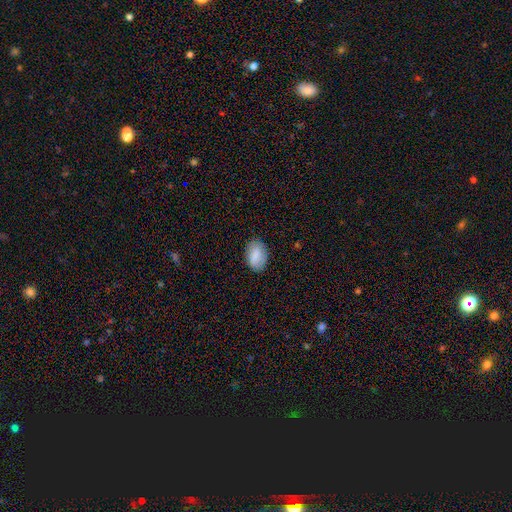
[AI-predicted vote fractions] Morphology: type=smooth (84%); roundness=in between (89%); merging=none (81%).